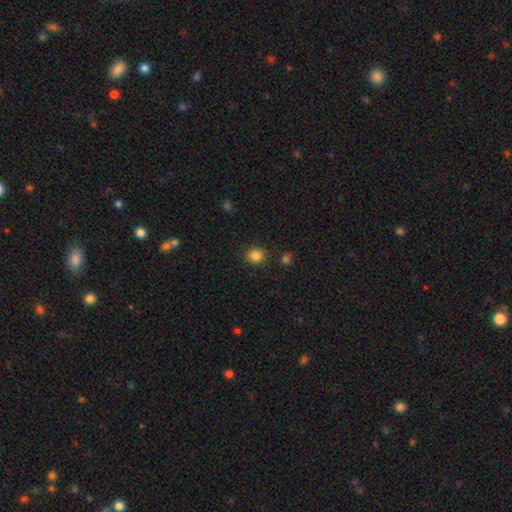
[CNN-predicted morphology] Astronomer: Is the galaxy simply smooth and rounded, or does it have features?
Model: smooth — 85%.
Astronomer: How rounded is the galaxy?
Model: round — 81%.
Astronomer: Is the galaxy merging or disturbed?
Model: none — 88%.